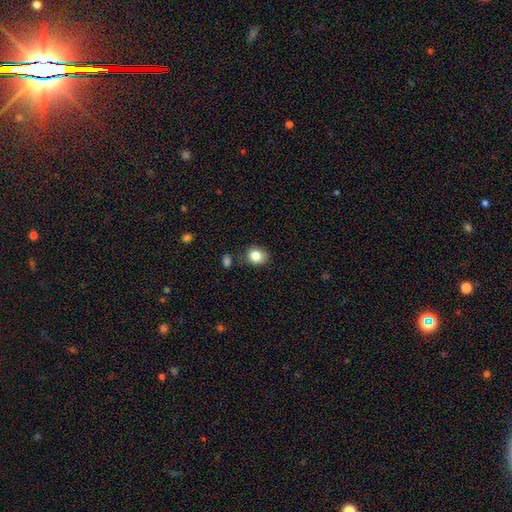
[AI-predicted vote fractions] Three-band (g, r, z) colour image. It shows a smooth galaxy with no disk features (83%) that is round (65%). Merging: none (79%).